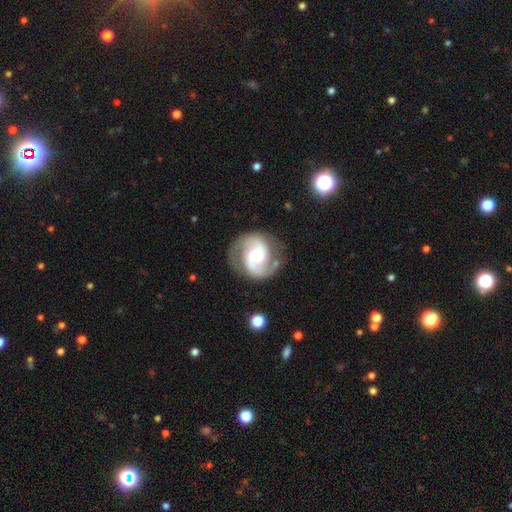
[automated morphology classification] This is clearly a featured or disk galaxy (88%). It is clearly not viewed edge-on (98%). Bar: possibly no (47%). Spiral arm pattern: clearly yes (97%). Spiral arm count: clearly 2 (93%). Spiral winding: possibly medium (57%). Central bulge: possibly moderate (54%). Merging: likely none (79%).